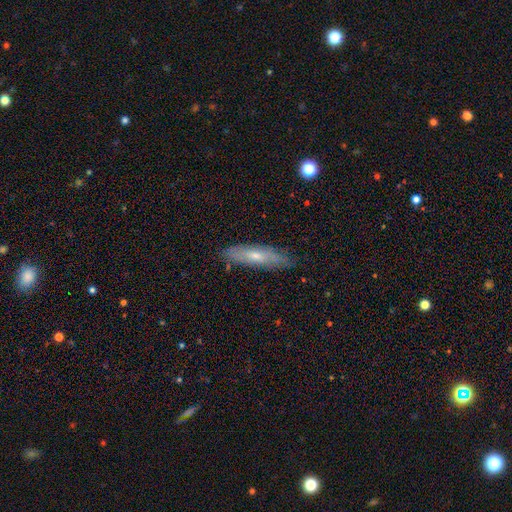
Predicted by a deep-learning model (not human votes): smooth 48%, featured or disk 45%, star or artifact 7%. Down the decision tree: merging — none (82%).